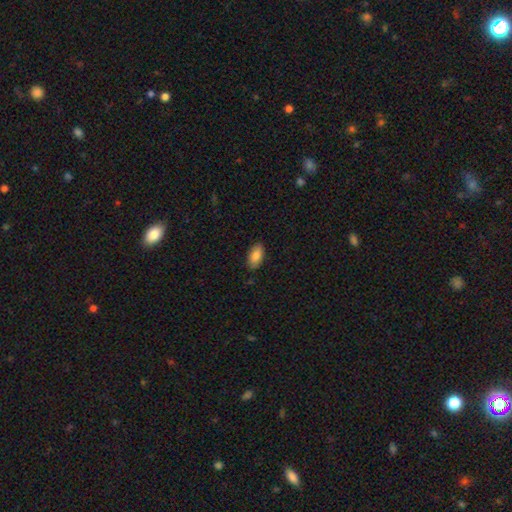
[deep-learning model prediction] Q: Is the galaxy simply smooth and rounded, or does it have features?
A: smooth — 84%.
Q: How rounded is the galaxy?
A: in between — 93%.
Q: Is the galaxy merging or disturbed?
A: none — 88%.